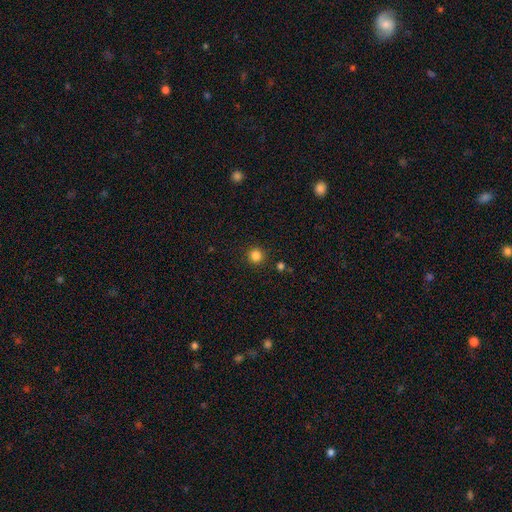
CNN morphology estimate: A smooth galaxy with no disk features (84%) that is round (95%).

Vote fractions:
- Smooth or featured? smooth: 84% / star or artifact: 13% / featured or disk: 3%
- How rounded? round: 95% / in between: 4% / cigar-shaped: 1%
- Merging? none: 91% / minor disturbance: 5% / major disturbance: 2% / merger: 2%